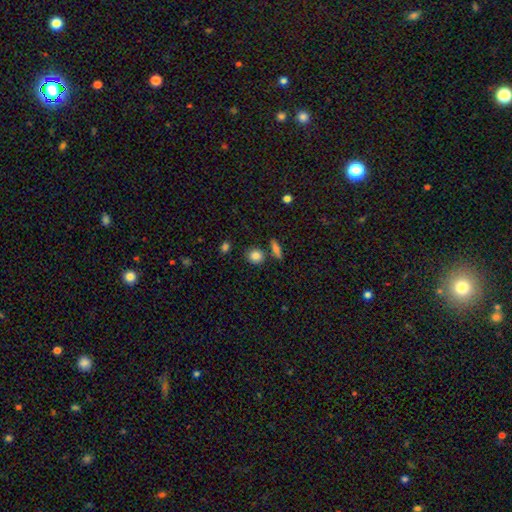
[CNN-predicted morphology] Smooth or featured?
  - smooth: 85% *
  - star or artifact: 9%
  - featured or disk: 6%
How rounded?
  - round: 79% *
  - in between: 19%
  - cigar-shaped: 2%
Merging?
  - none: 79% *
  - merger: 10%
  - minor disturbance: 9%
  - major disturbance: 3%